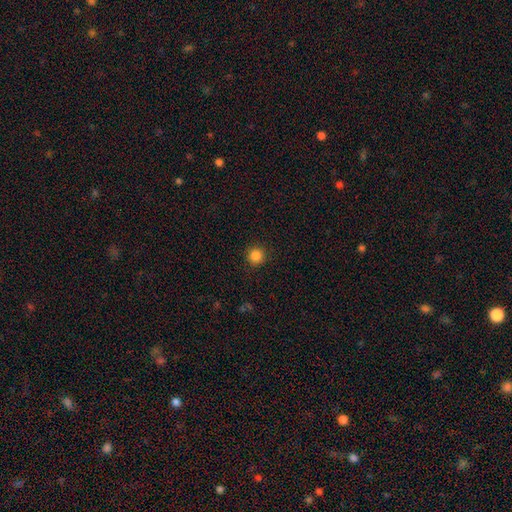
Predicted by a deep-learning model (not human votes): smooth 85%, star or artifact 12%, featured or disk 3%. Down the decision tree: how rounded — round (95%); merging — none (92%).